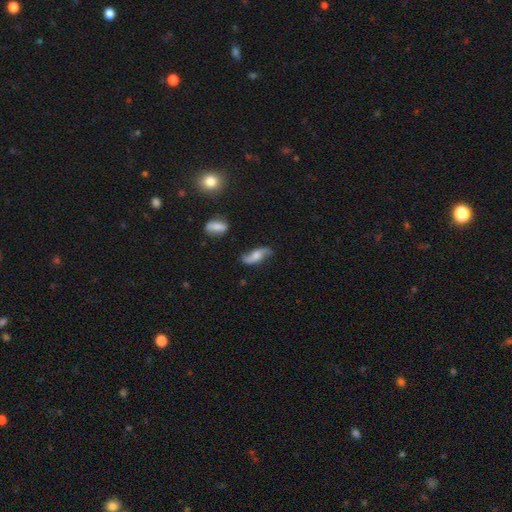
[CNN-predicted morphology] Overall: featured or disk (69%). Edge-on disk: no (90%). Bar: no (59%; weak 32%). Spiral arms: yes (93%). Spiral arm count: 2 (92%). Spiral winding: loose (79%). Bulge size: moderate (43%; small 26%). Merging: none (73%).